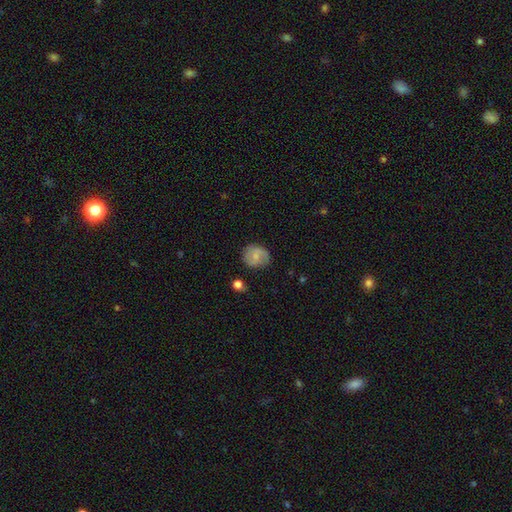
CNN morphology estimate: type=smooth (57%); roundness=round (75%); merging=none (73%).